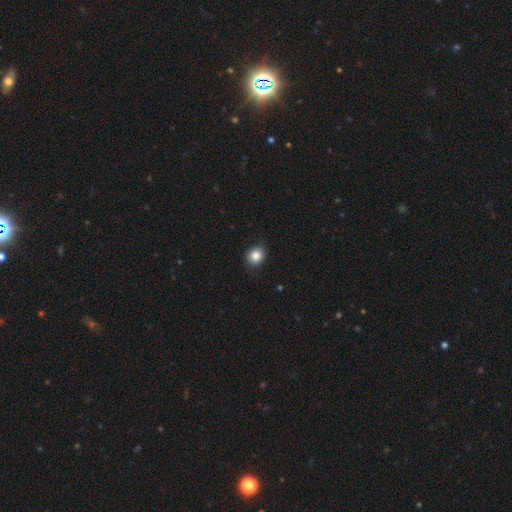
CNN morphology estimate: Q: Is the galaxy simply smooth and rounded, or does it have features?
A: smooth — 85%.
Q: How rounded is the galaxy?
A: round — 75%.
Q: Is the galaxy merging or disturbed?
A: none — 87%.